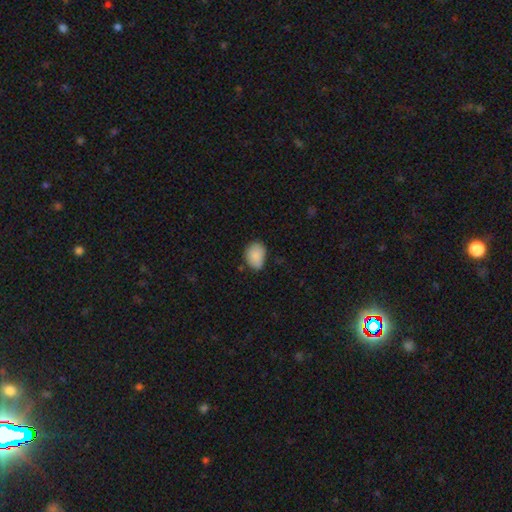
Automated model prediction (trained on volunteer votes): smooth_or_featured: smooth (p=0.87) [alt: star or artifact p=0.08]
how_rounded: in between (p=0.71) [alt: round p=0.28]
merging: none (p=0.62) [alt: minor disturbance p=0.30]